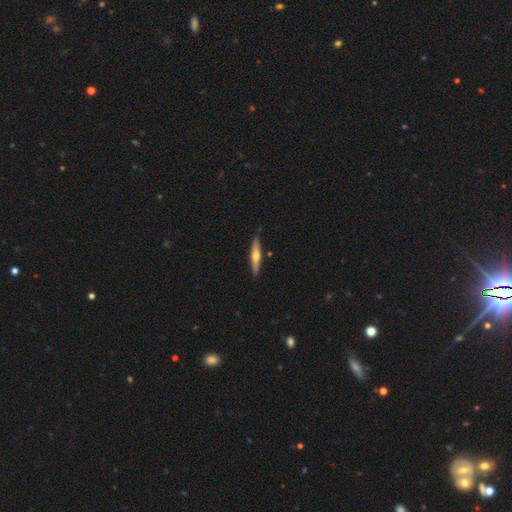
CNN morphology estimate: Smooth or featured?
  - featured or disk: 50% *
  - smooth: 45%
  - star or artifact: 5%
Merging?
  - none: 87% *
  - minor disturbance: 10%
  - major disturbance: 2%
  - merger: 2%